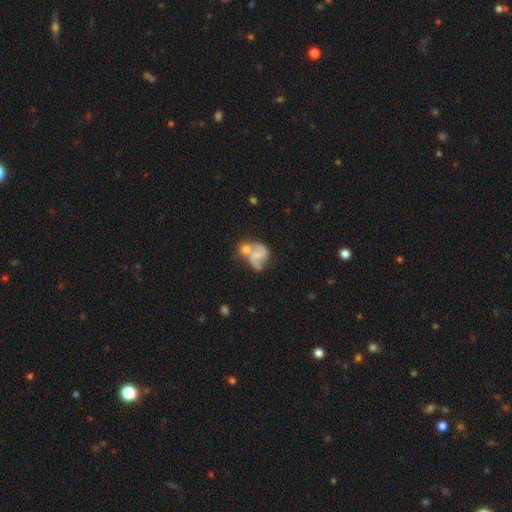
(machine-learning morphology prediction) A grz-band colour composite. It shows a featured or disk galaxy (69%) with no bar (57%), 2 (83%) medium (46%) spiral arms (87%) and a small central bulge (43%). Merging: merger (50%).